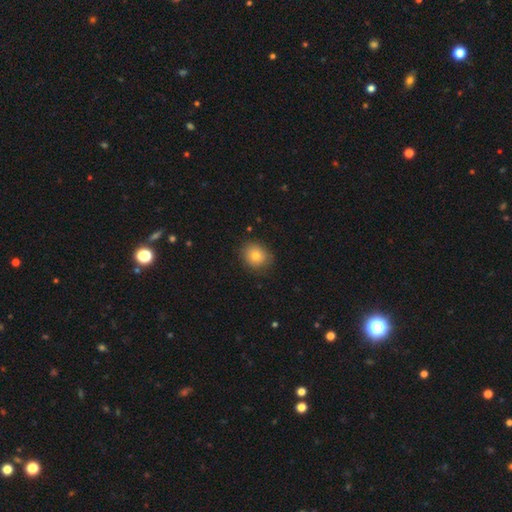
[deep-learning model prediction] This is likely a smooth galaxy (79%). How rounded: likely round (71%). Merging: clearly none (83%).